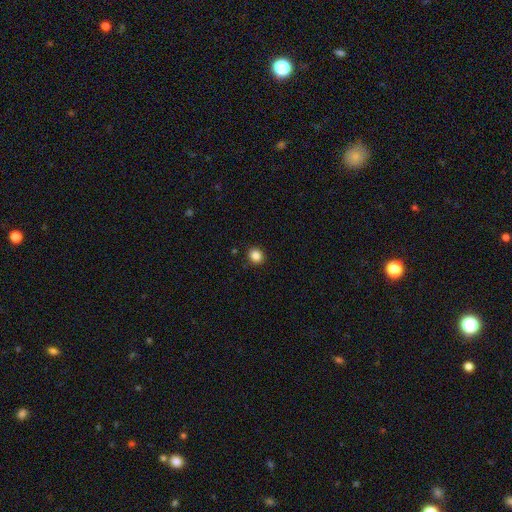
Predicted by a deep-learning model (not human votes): Smooth or featured? smooth (86%)
How rounded? round (82%)
Merging? none (91%)